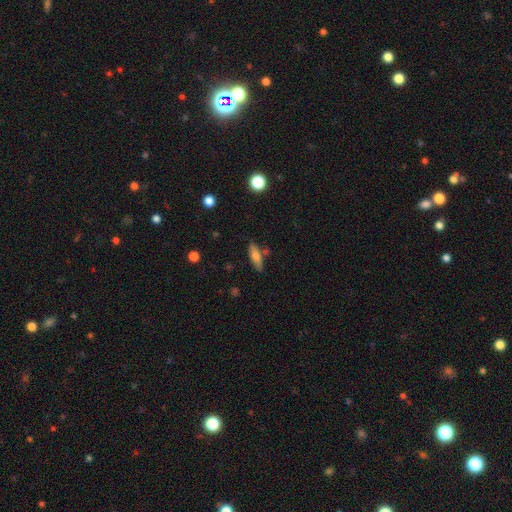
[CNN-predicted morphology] A smooth galaxy with no disk features (72%) that is cigar-shaped (51%).

Vote fractions:
- Smooth or featured? smooth: 72% / featured or disk: 20% / star or artifact: 8%
- How rounded? cigar-shaped: 51% / in between: 46% / round: 3%
- Merging? none: 75% / minor disturbance: 14% / merger: 8% / major disturbance: 3%